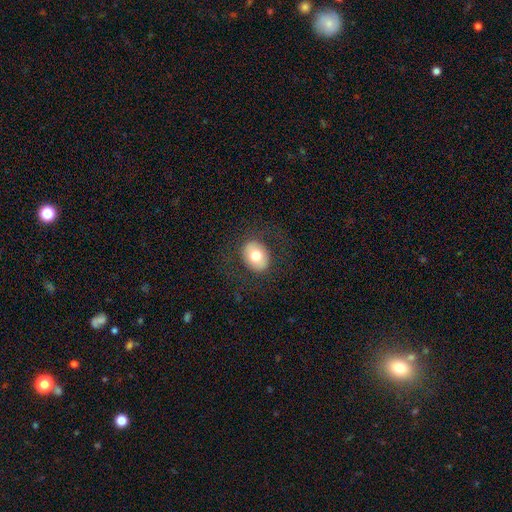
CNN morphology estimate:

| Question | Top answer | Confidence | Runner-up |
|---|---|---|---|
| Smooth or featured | smooth | 69% | featured or disk (24%) |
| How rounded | in between | 64% | round (35%) |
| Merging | none | 79% | minor disturbance (11%) |